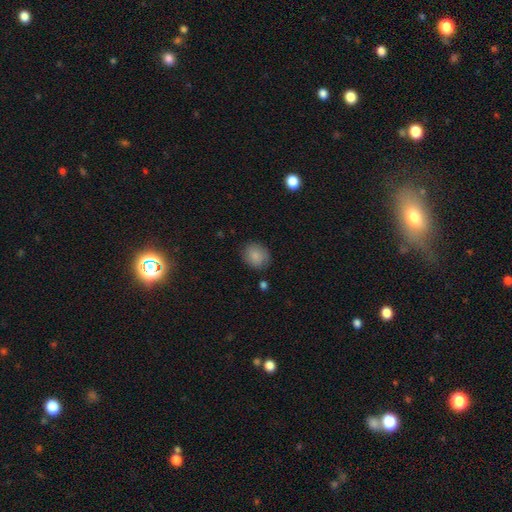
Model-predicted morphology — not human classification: smooth 86%, star or artifact 8%, featured or disk 6%. Down the decision tree: how rounded — round (67%); merging — none (80%).